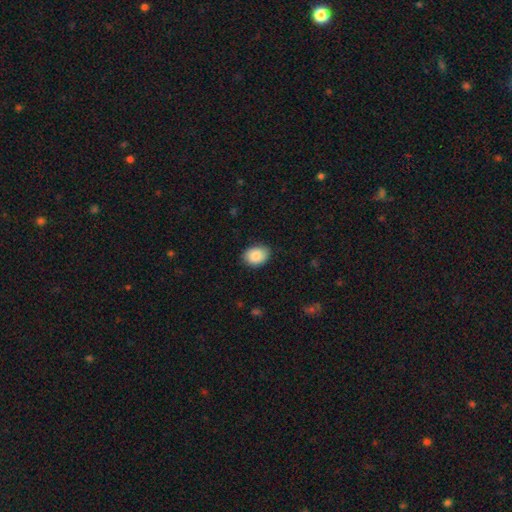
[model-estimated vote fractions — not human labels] Overall: smooth (88%). How rounded: in between (71%). Merging: none (83%).